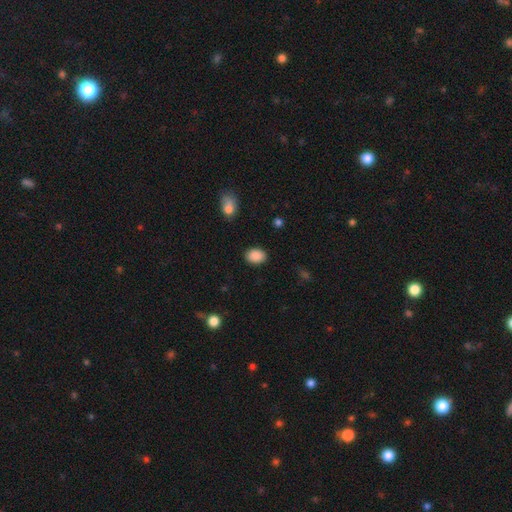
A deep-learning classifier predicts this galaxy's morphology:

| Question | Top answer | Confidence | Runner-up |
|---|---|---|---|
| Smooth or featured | smooth | 89% | star or artifact (8%) |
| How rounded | in between | 72% | round (27%) |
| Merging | none | 88% | minor disturbance (8%) |